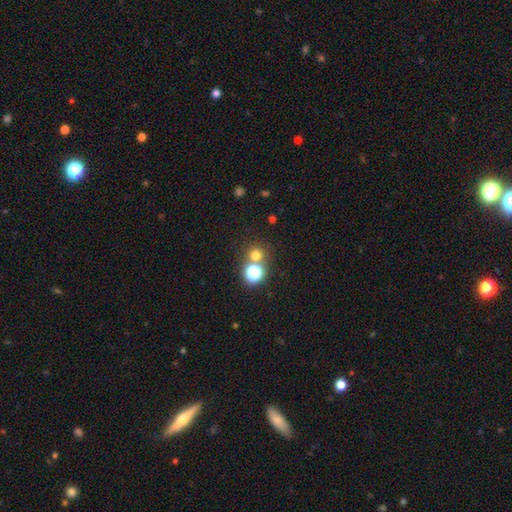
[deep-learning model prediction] smooth-or-featured: smooth: 67% | star or artifact: 26% | featured or disk: 7%
  how-rounded: round: 91% | in between: 8% | cigar-shaped: 1%
  merging: none: 69% | merger: 22% | minor disturbance: 6% | major disturbance: 3%